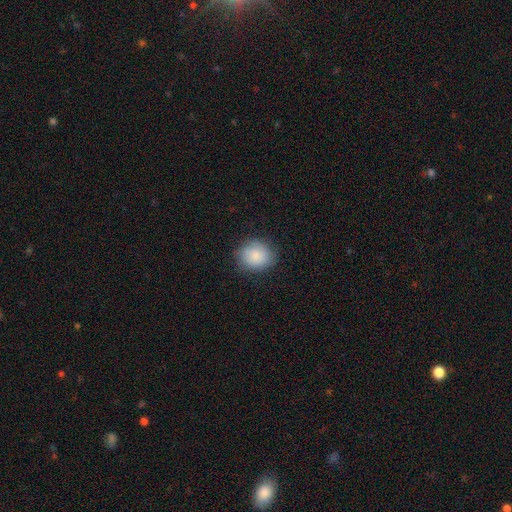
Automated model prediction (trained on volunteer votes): Smooth or featured: smooth — 84% (featured or disk — 8%)
How rounded: round — 71% (in between — 28%)
Merging: none — 80% (minor disturbance — 15%)